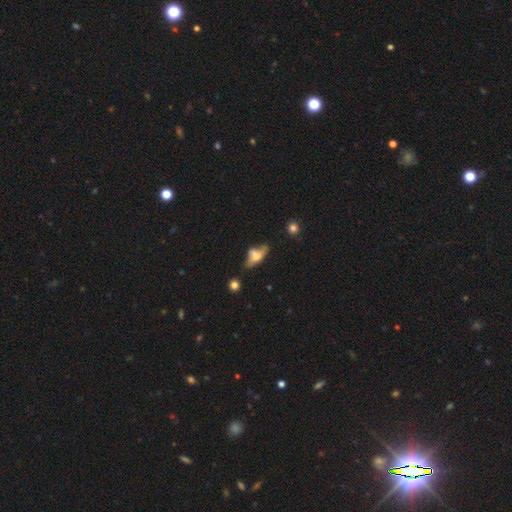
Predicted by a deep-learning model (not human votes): This appears to be a smooth galaxy with no disk features (46%). Merging: none (41%).